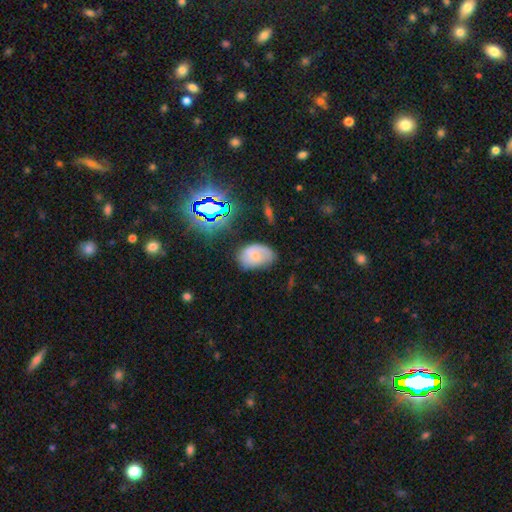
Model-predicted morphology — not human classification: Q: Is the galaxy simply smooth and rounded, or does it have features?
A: smooth — 54%.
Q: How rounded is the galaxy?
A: in between — 86%.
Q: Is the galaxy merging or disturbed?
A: none — 59%.